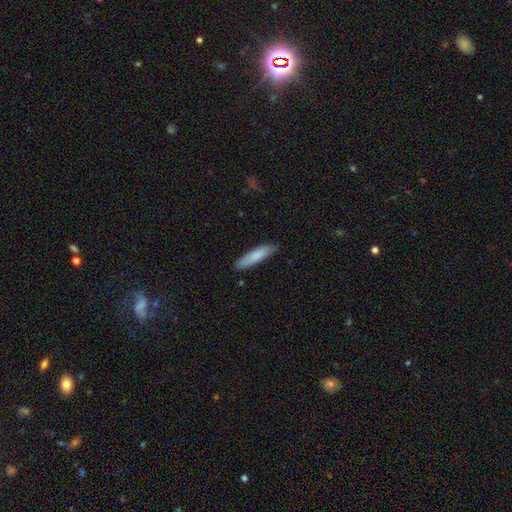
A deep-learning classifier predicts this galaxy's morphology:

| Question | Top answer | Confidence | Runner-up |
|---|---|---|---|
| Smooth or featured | smooth | 83% | featured or disk (12%) |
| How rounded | cigar-shaped | 75% | in between (24%) |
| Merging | none | 84% | minor disturbance (13%) |